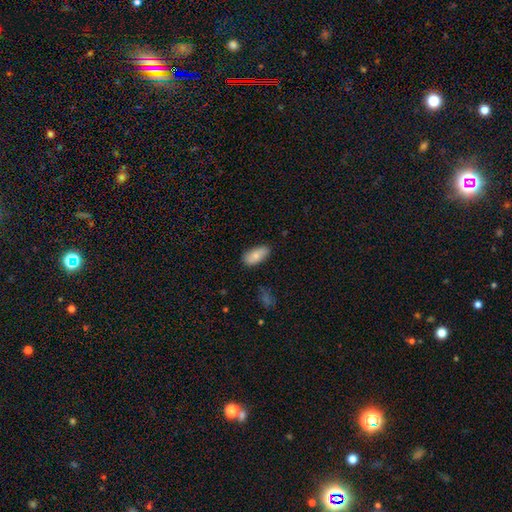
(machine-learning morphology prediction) The model was most divided on "merging": none: 77%, minor disturbance: 18%, major disturbance: 3%, merger: 2%. More confident: how rounded — in between (92%); smooth or featured — smooth (82%).